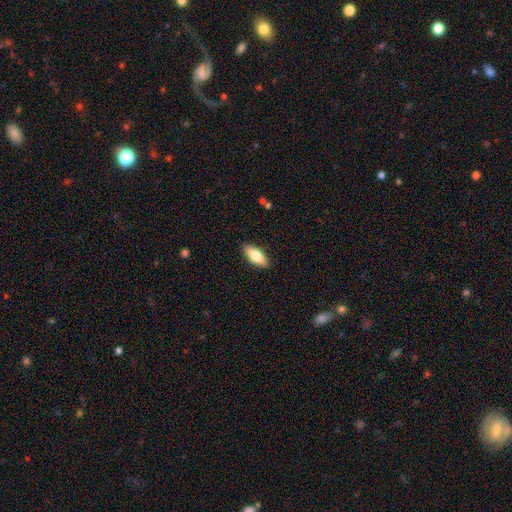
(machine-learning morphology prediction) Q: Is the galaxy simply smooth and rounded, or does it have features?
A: smooth — 76%.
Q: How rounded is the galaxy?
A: in between — 82%.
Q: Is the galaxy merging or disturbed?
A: none — 89%.